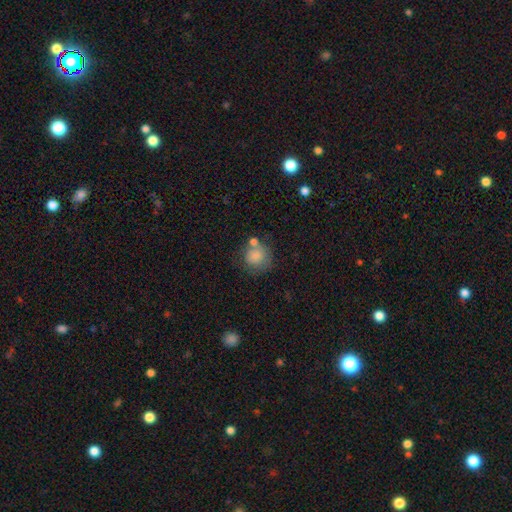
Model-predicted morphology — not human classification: A smooth galaxy with no disk features (81%) that is round (85%).

Vote fractions:
- Smooth or featured? smooth: 81% / featured or disk: 11% / star or artifact: 9%
- How rounded? round: 85% / in between: 14% / cigar-shaped: 1%
- Merging? none: 53% / merger: 20% / minor disturbance: 18% / major disturbance: 9%